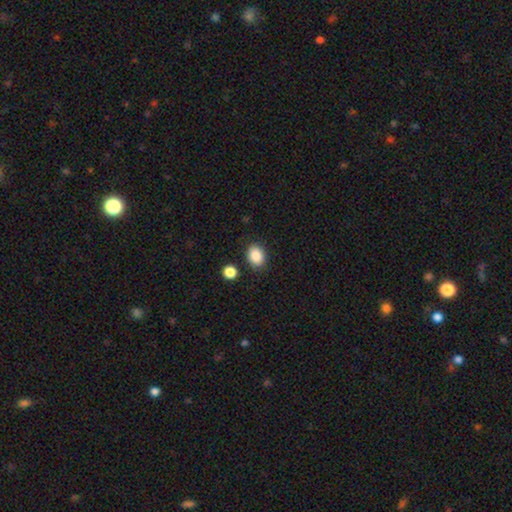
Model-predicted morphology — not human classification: This appears to be a smooth galaxy with no disk features (88%) that is in between round and cigar-shaped (66%). Merging: none (84%).